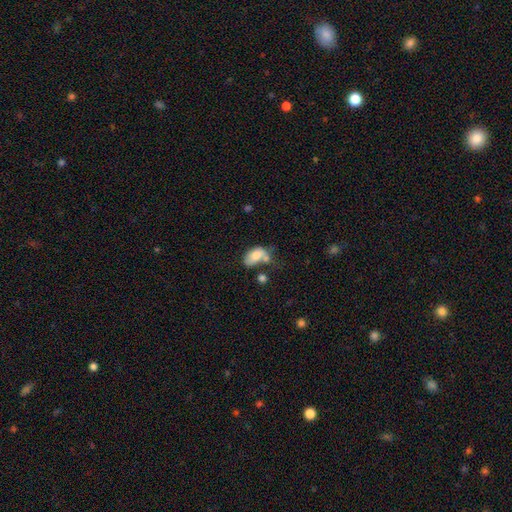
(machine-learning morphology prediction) A smooth galaxy with no disk features (67%) that is in between round and cigar-shaped (88%).

Vote fractions:
- Smooth or featured? smooth: 67% / featured or disk: 25% / star or artifact: 8%
- How rounded? in between: 88% / round: 10% / cigar-shaped: 2%
- Merging? merger: 33% / none: 26% / minor disturbance: 23% / major disturbance: 18%